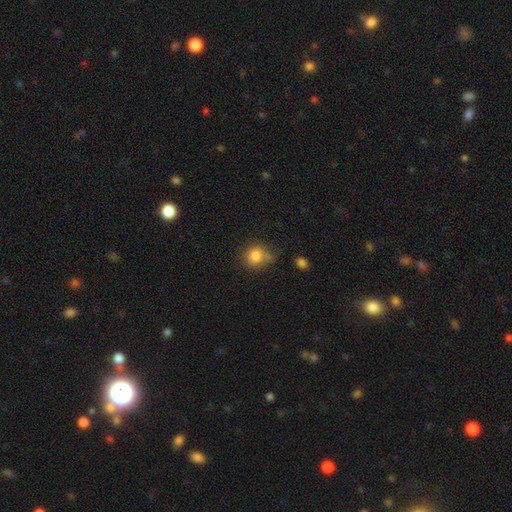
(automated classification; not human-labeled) smooth 83%, star or artifact 11%, featured or disk 7%. Down the decision tree: how rounded — round (80%); merging — none (63%).